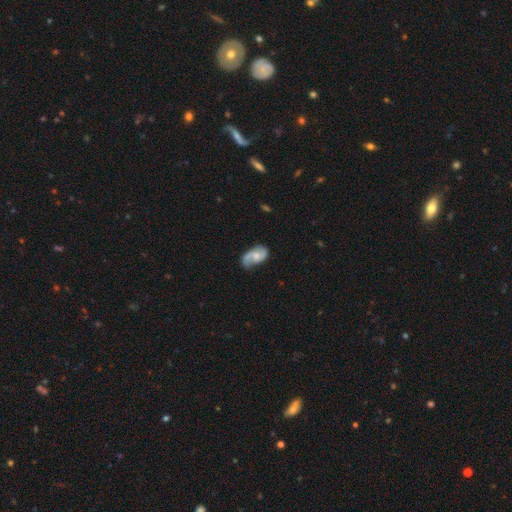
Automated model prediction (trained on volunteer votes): A featured or disk galaxy (69%) with no bar (60%), 2 (67%) loose (50%) spiral arms (92%) and a small central bulge (42%). Merging: none (55%).